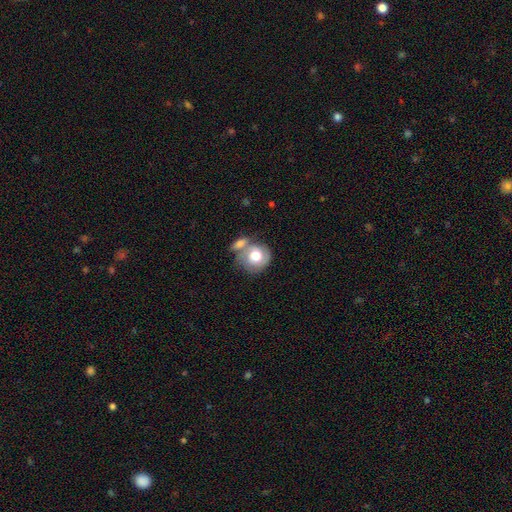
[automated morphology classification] Overall: smooth (66%; featured or disk 28%). How rounded: round (78%). Merging: merger (41%; none 37%).